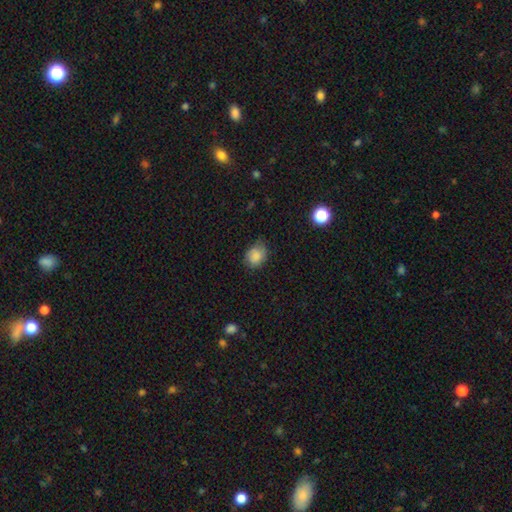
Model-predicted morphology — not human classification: Smooth or featured? smooth (81%)
How rounded? in between (51%)
Merging? none (63%)